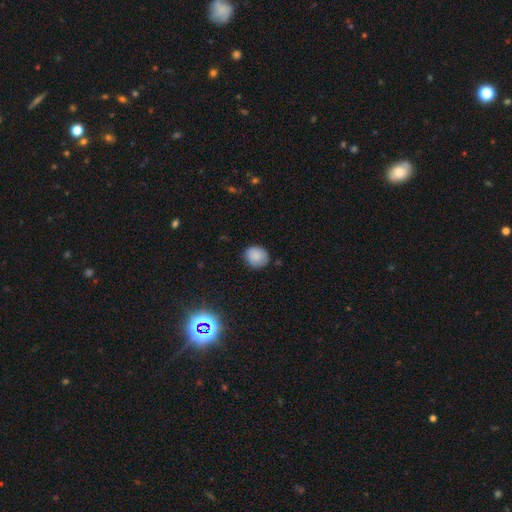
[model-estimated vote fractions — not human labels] smooth-or-featured: smooth: 85% | star or artifact: 9% | featured or disk: 5%
  how-rounded: round: 75% | in between: 24% | cigar-shaped: 1%
  merging: none: 81% | minor disturbance: 15% | major disturbance: 3% | merger: 1%